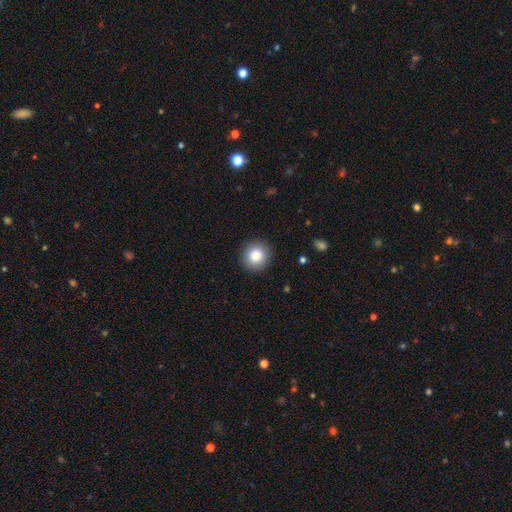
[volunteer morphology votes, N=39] Smooth or featured?
  - smooth: 82% *
  - featured or disk: 10%
  - star or artifact: 8%
How rounded?
  - round: 91% *
  - in between: 9%
  - cigar-shaped: 0%
Merging?
  - none: 94% *
  - minor disturbance: 3%
  - major disturbance: 3%
  - merger: 0%